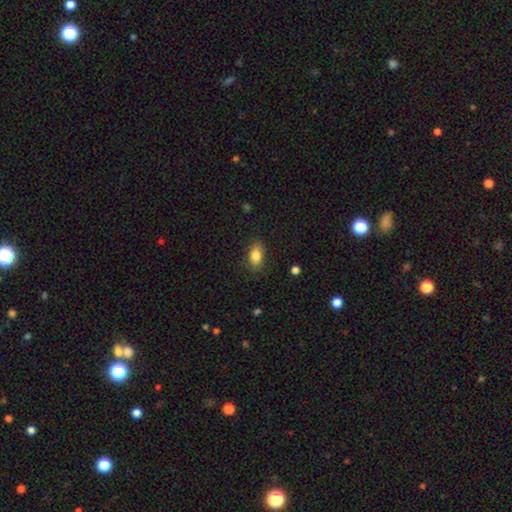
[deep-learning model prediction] Smooth or featured? smooth (84%)
How rounded? in between (88%)
Merging? none (82%)